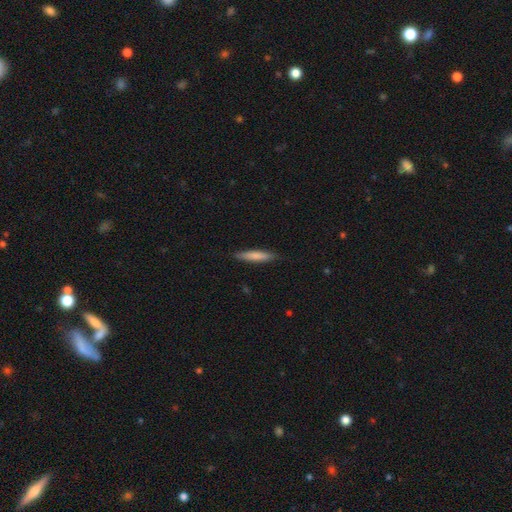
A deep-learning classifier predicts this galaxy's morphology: A smooth galaxy with no disk features (77%) that is cigar-shaped (88%).

Vote fractions:
- Smooth or featured? smooth: 77% / featured or disk: 18% / star or artifact: 5%
- How rounded? cigar-shaped: 88% / in between: 11% / round: 1%
- Merging? none: 87% / minor disturbance: 10% / major disturbance: 2% / merger: 1%